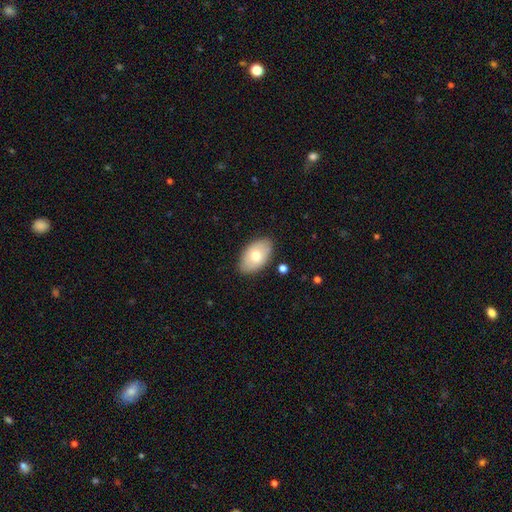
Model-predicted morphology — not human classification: type=smooth (71%); roundness=in between (93%); merging=none (84%).